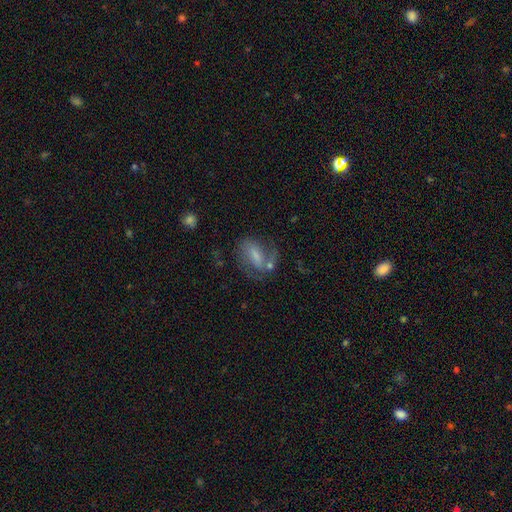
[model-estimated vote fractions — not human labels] This appears to be a featured or disk galaxy (56%) with a weak bar (41%), spiral arms (79%) and a small central bulge (37%). Merging: none (50%).